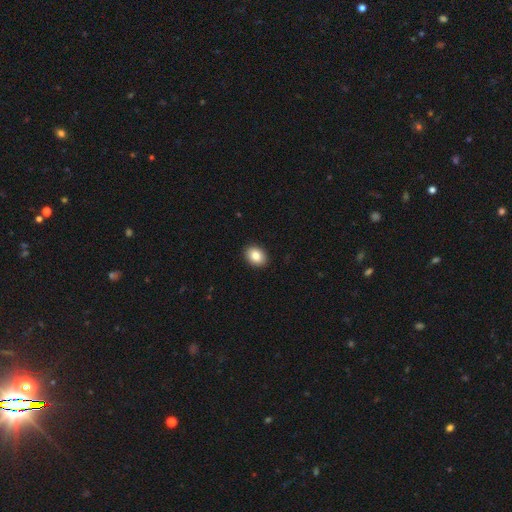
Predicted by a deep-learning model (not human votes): This appears to be a smooth galaxy with no disk features (85%) that is in between round and cigar-shaped (66%). Merging: none (91%).